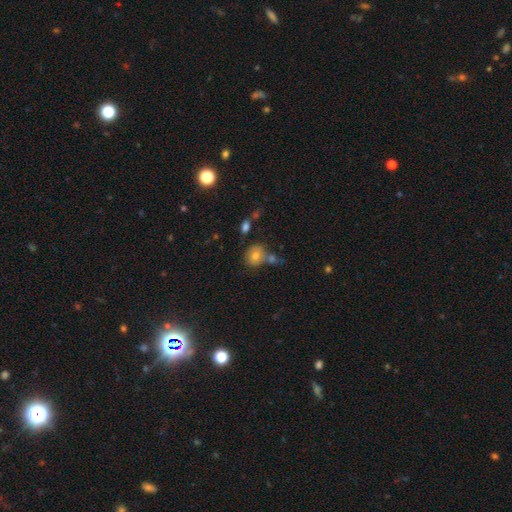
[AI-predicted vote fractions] Q: Smooth or featured?
A: smooth (77%); runner-up: featured or disk (12%)
Q: How rounded?
A: round (78%); runner-up: in between (21%)
Q: Merging?
A: none (56%); runner-up: merger (26%)